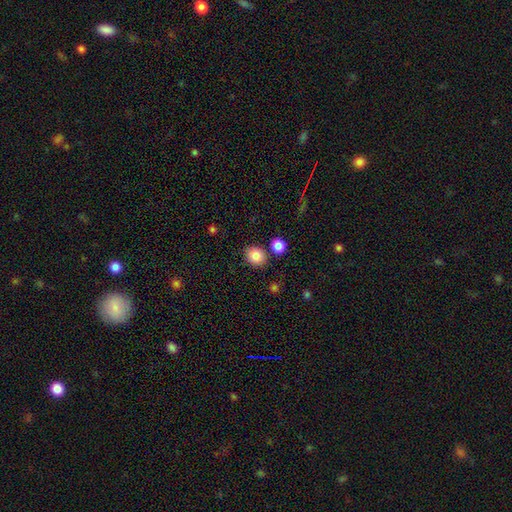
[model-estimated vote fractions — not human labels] smooth-or-featured: smooth: 85% | star or artifact: 9% | featured or disk: 5%
  how-rounded: round: 73% | in between: 26% | cigar-shaped: 1%
  merging: none: 82% | minor disturbance: 8% | merger: 7% | major disturbance: 2%